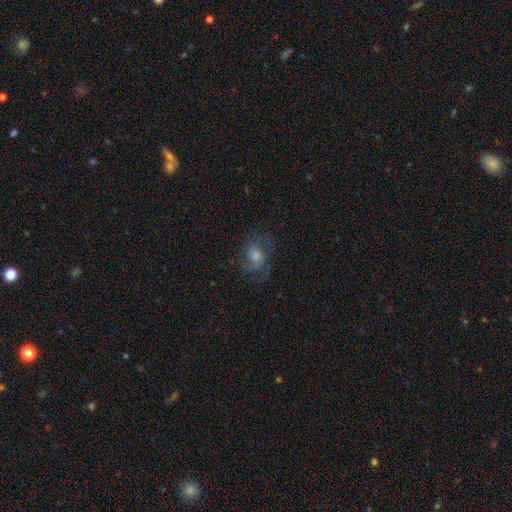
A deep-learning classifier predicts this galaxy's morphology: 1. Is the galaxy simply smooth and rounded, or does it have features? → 59% featured or disk, 25% smooth, 16% star or artifact.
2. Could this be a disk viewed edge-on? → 96% no, 4% yes.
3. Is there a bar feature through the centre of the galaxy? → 67% no, 28% weak, 5% strong.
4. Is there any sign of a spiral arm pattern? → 87% yes, 13% no.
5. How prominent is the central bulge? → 51% moderate, 21% small, 19% large, 6% none, 2% dominant.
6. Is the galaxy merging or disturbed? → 66% none, 18% minor disturbance, 15% major disturbance, 1% merger.